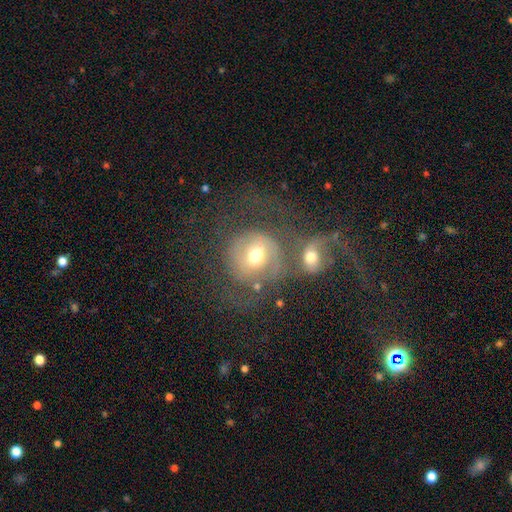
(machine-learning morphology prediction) This appears to be a featured or disk galaxy (52%) with no bar (53%), spiral arms (58%) and a moderate central bulge (68%). Merging: merger (51%).